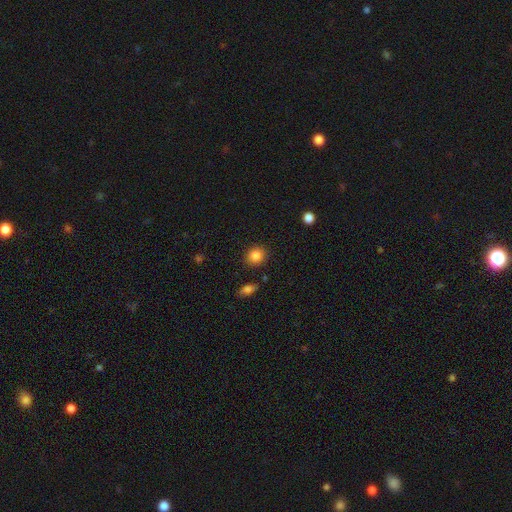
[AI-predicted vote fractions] A smooth galaxy with no disk features (85%) that is round (79%).

Vote fractions:
- Smooth or featured? smooth: 85% / star or artifact: 10% / featured or disk: 6%
- How rounded? round: 79% / in between: 20% / cigar-shaped: 1%
- Merging? none: 88% / minor disturbance: 8% / major disturbance: 2% / merger: 2%